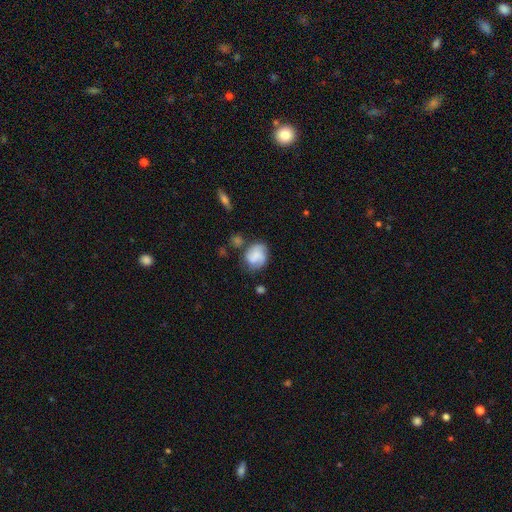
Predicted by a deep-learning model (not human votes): Smooth or featured? Predicted: smooth (p=0.49). Merging? Predicted: none (p=0.57).